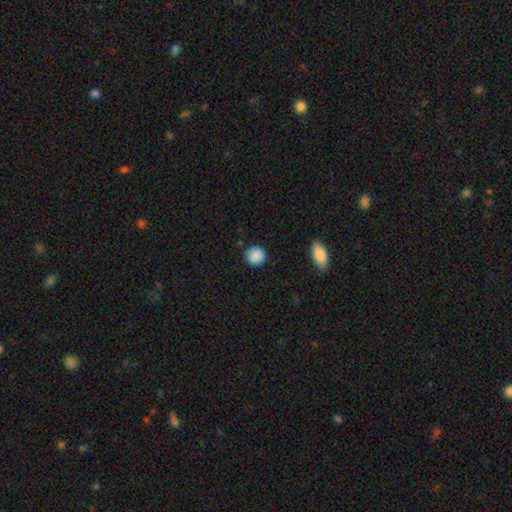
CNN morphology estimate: type=smooth (88%); roundness=round (88%); merging=none (86%).